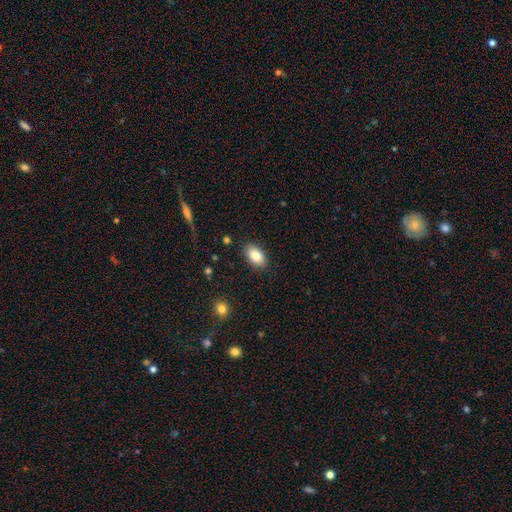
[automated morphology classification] A smooth galaxy with no disk features (84%) that is in between round and cigar-shaped (92%). Merging: none (87%).